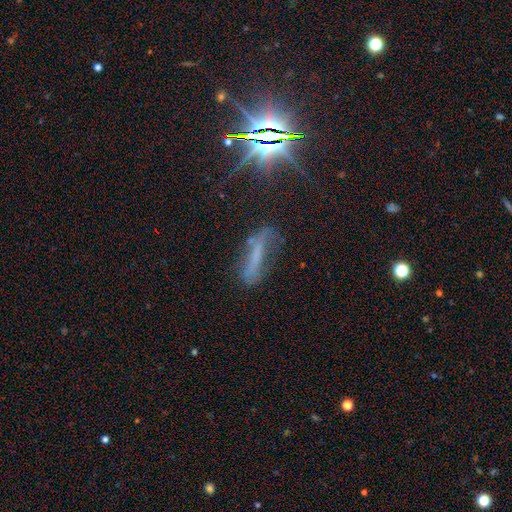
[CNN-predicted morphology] Q: Smooth or featured?
A: featured or disk (36%); runner-up: smooth (35%)
Q: Merging?
A: none (49%); runner-up: minor disturbance (27%)